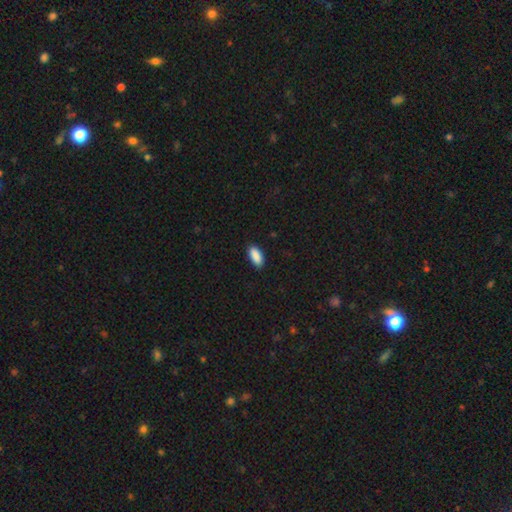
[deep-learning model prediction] A smooth galaxy with no disk features (91%) that is in between round and cigar-shaped (89%). Merging: none (89%).